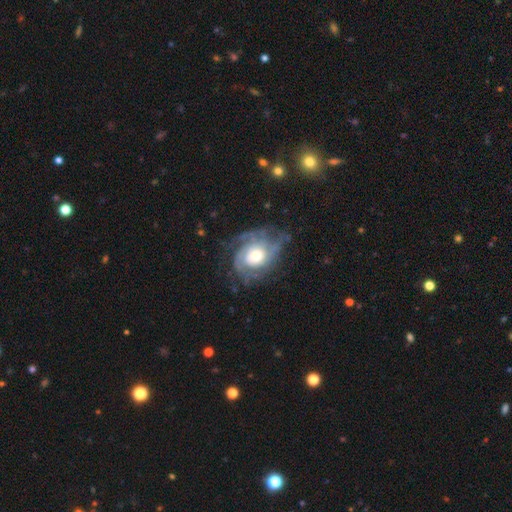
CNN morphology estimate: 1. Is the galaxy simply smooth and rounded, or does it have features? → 80% featured or disk, 14% smooth, 6% star or artifact.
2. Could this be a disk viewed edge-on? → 97% no, 3% yes.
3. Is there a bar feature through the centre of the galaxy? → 79% no, 18% weak, 4% strong.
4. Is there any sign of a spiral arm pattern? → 91% yes, 9% no.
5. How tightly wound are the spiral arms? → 58% tight, 31% medium, 10% loose.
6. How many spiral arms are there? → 34% can't tell, 27% 2, 20% 3, 7% 1, 7% 4, 5% more than 4.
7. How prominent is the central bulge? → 59% moderate, 26% large, 12% small, 2% dominant, 1% none.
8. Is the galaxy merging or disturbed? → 60% none, 23% minor disturbance, 16% major disturbance, 1% merger.